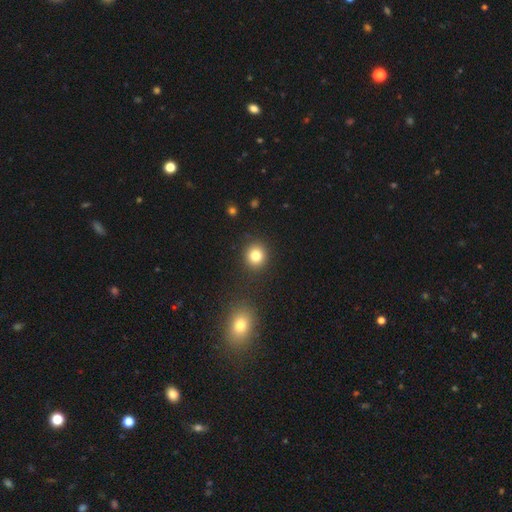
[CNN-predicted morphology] This appears to be a smooth galaxy with no disk features (82%) that is round (86%). Merging: none (88%).